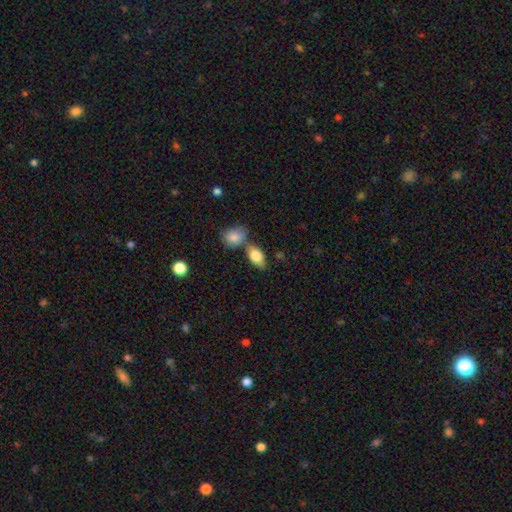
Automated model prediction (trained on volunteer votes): A smooth galaxy with no disk features (82%) that is in between round and cigar-shaped (89%).

Vote fractions:
- Smooth or featured? smooth: 82% / featured or disk: 12% / star or artifact: 6%
- How rounded? in between: 89% / round: 7% / cigar-shaped: 4%
- Merging? none: 56% / merger: 28% / minor disturbance: 12% / major disturbance: 4%